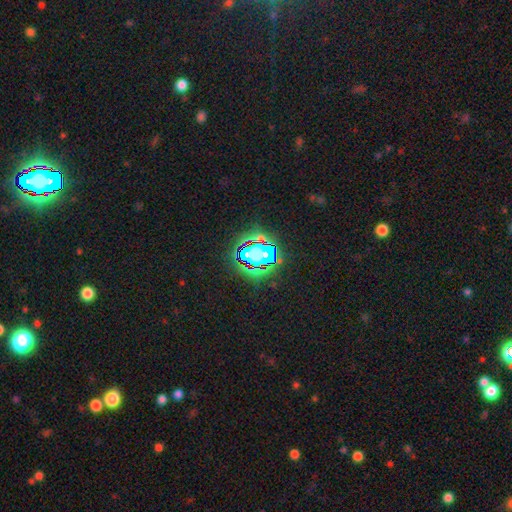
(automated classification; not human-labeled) Smooth or featured: star or artifact — 80% (smooth — 12%)